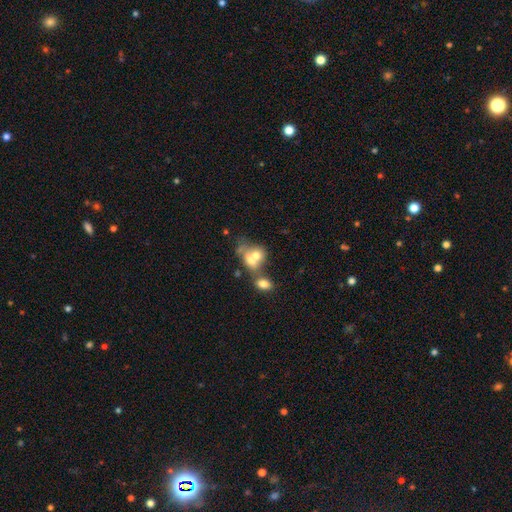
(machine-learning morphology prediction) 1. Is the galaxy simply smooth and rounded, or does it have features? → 63% smooth, 26% featured or disk, 11% star or artifact.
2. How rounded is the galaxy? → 55% in between, 43% round, 2% cigar-shaped.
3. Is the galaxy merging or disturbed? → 65% merger, 18% none, 9% major disturbance, 8% minor disturbance.